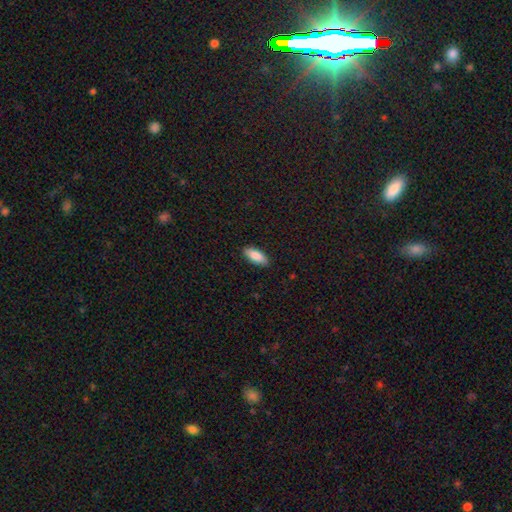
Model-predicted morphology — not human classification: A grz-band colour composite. It shows a smooth galaxy with no disk features (87%) that is in between round and cigar-shaped (83%). Merging: none (88%).